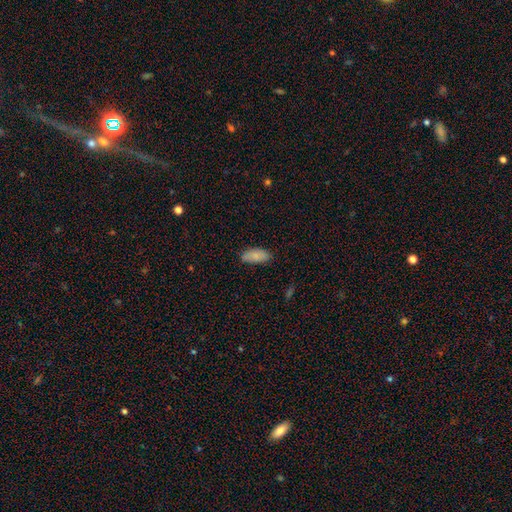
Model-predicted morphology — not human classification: Smooth or featured? smooth (84%)
How rounded? in between (91%)
Merging? none (79%)